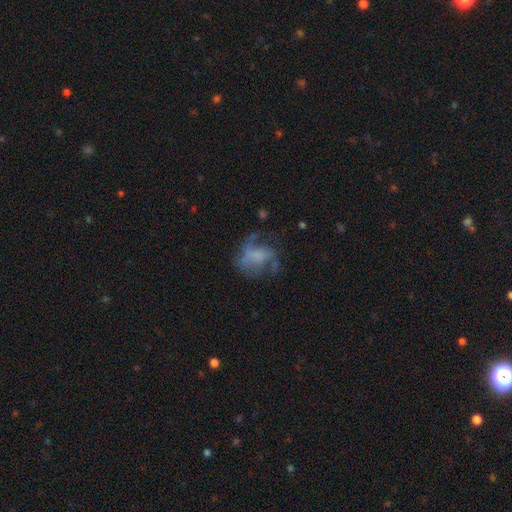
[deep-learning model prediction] The model was most divided on "merging": none: 38%, major disturbance: 37%, minor disturbance: 21%, merger: 3%. More confident: edge-on disk — no (97%); smooth or featured — featured or disk (51%).